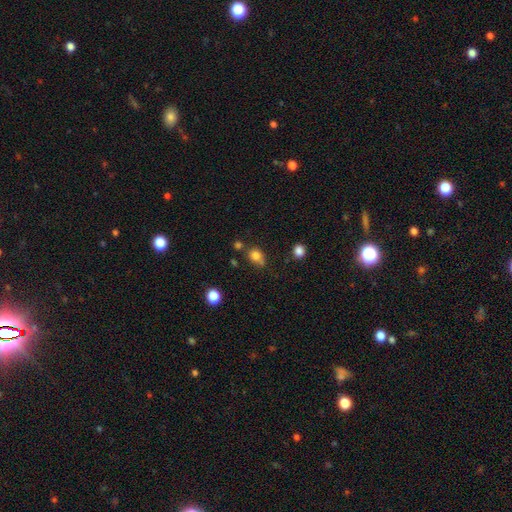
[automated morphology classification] The model was most divided on "how rounded": round: 62%, in between: 36%, cigar-shaped: 1%. More confident: smooth or featured — smooth (80%); merging — none (57%).